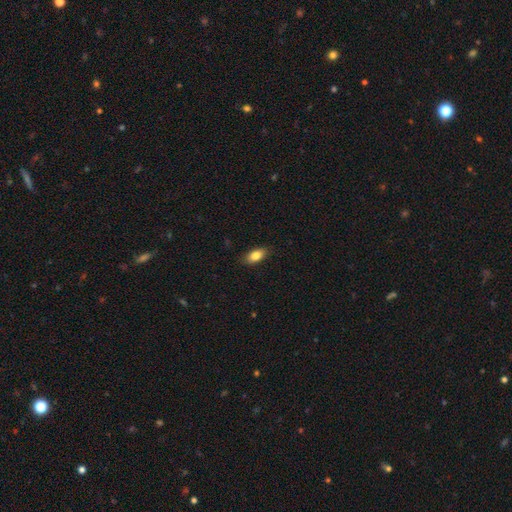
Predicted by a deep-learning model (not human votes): smooth_or_featured: smooth (p=0.84) [alt: featured or disk p=0.09]
how_rounded: in between (p=0.89) [alt: cigar-shaped p=0.07]
merging: none (p=0.86) [alt: minor disturbance p=0.11]